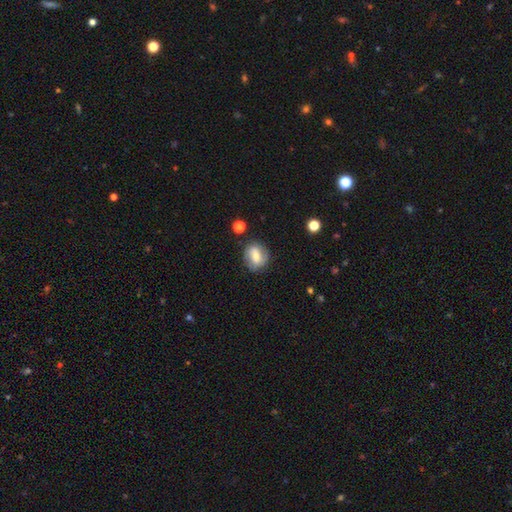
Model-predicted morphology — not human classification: The model was most divided on "smooth or featured": smooth: 56%, featured or disk: 35%, star or artifact: 9%. More confident: merging — none (78%); how rounded — round (62%).